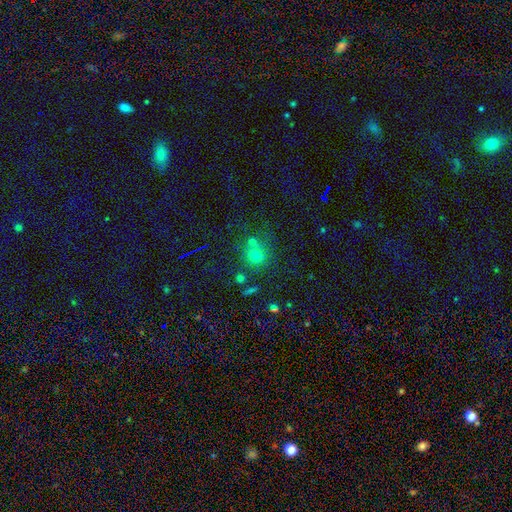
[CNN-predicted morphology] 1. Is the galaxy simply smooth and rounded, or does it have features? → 68% smooth, 21% star or artifact, 11% featured or disk.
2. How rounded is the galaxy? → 90% round, 9% in between, 1% cigar-shaped.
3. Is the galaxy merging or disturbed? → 64% none, 22% merger, 10% minor disturbance, 4% major disturbance.